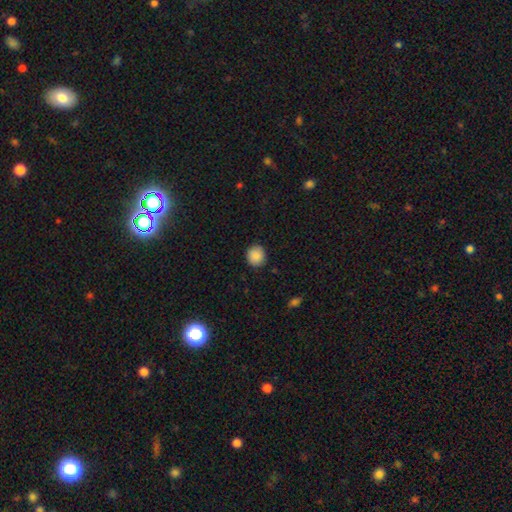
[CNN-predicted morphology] This is clearly a smooth galaxy (88%). How rounded: clearly round (86%). Merging: clearly none (89%).